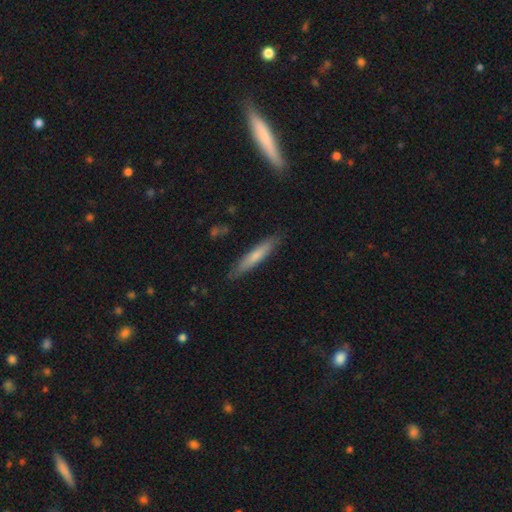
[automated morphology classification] Smooth or featured? smooth (69%)
How rounded? cigar-shaped (91%)
Merging? none (87%)